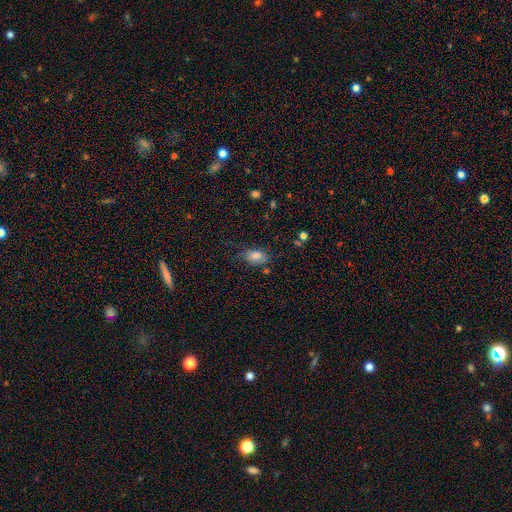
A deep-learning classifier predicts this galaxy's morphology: A smooth galaxy with no disk features (79%) that is in between round and cigar-shaped (86%).

Vote fractions:
- Smooth or featured? smooth: 79% / featured or disk: 11% / star or artifact: 10%
- How rounded? in between: 86% / round: 12% / cigar-shaped: 2%
- Merging? none: 64% / minor disturbance: 25% / major disturbance: 8% / merger: 4%